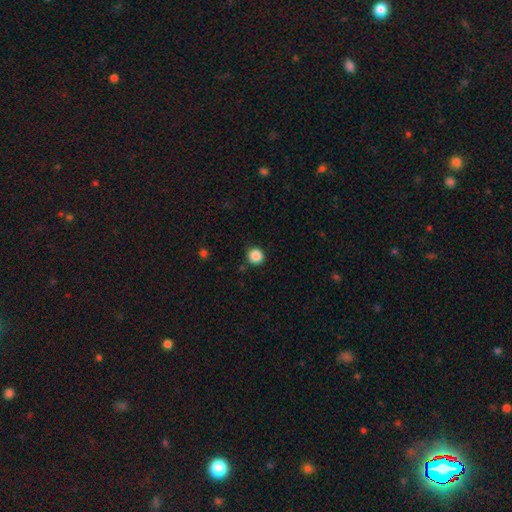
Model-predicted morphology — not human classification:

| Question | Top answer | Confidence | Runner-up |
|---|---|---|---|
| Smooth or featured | smooth | 87% | star or artifact (10%) |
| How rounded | round | 93% | in between (6%) |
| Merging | none | 88% | minor disturbance (8%) |